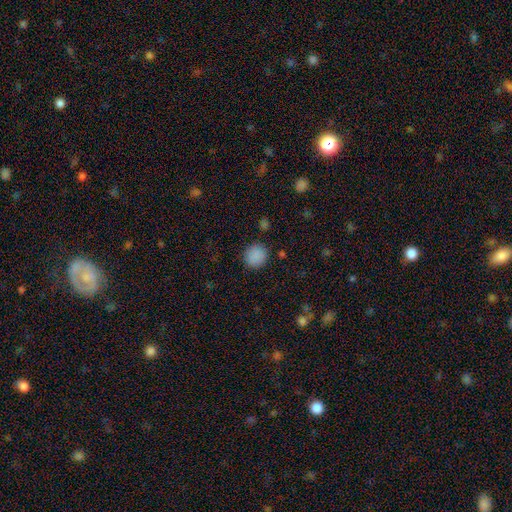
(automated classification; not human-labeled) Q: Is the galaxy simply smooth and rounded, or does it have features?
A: smooth — 88%.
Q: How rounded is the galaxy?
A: round — 89%.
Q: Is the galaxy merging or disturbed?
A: none — 88%.